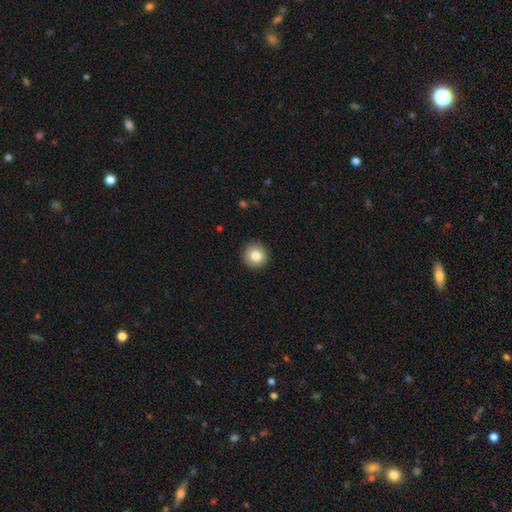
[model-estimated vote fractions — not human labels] Smooth or featured? smooth (82%)
How rounded? round (96%)
Merging? none (93%)